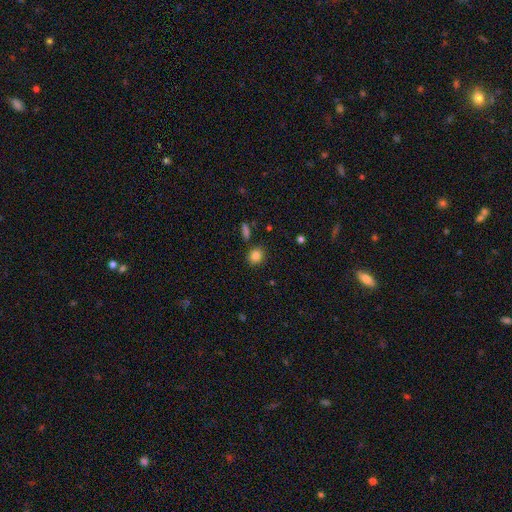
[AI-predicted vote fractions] Smooth or featured? Predicted: smooth (p=0.84). How rounded? Predicted: round (p=0.70). Merging? Predicted: none (p=0.84).